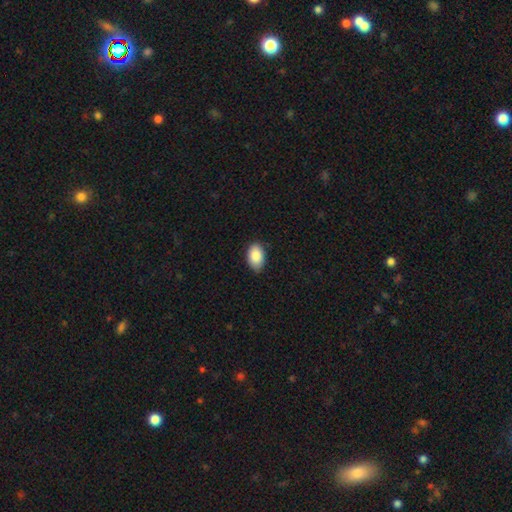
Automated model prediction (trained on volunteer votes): Smooth or featured?
  - smooth: 88% *
  - star or artifact: 7%
  - featured or disk: 5%
How rounded?
  - in between: 91% *
  - round: 8%
  - cigar-shaped: 1%
Merging?
  - none: 82% *
  - minor disturbance: 15%
  - major disturbance: 2%
  - merger: 1%